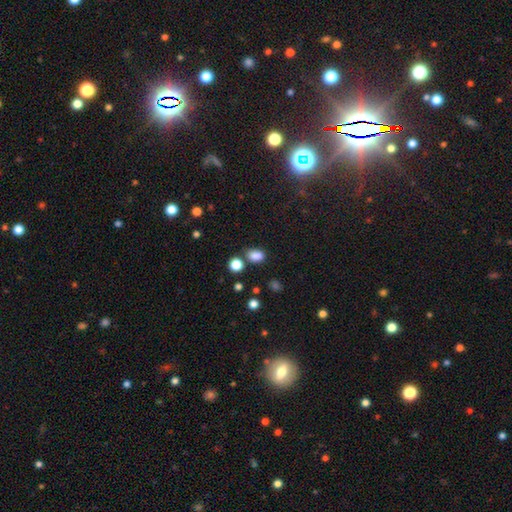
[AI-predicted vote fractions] This is clearly a smooth galaxy (82%). How rounded: likely in between (73%). Merging: likely none (68%).